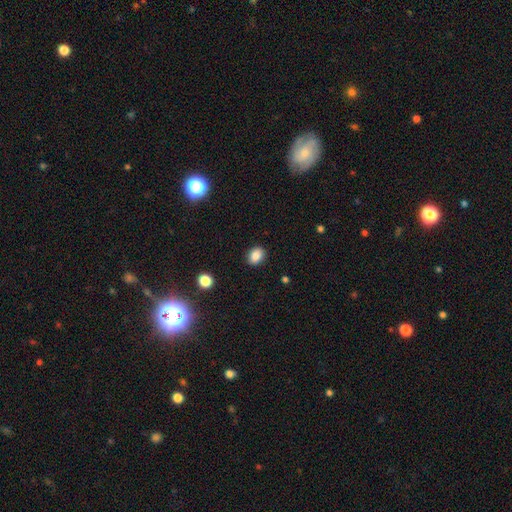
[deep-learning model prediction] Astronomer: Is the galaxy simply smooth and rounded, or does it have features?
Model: smooth — 85%.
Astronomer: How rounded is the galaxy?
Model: in between — 61% (runner-up: round, 38%).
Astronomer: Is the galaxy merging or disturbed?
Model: none — 89%.